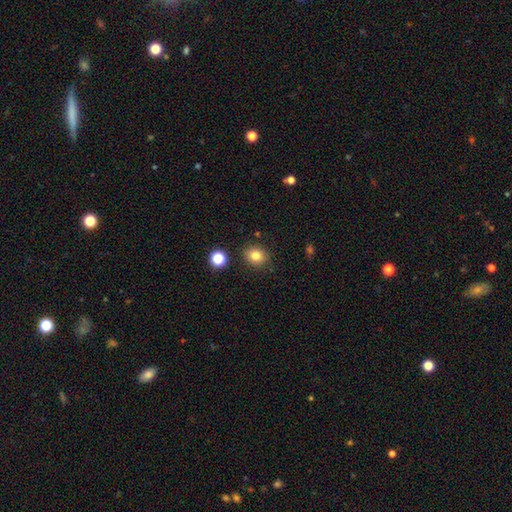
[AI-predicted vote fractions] Overall: smooth (81%). How rounded: round (74%). Merging: none (87%).